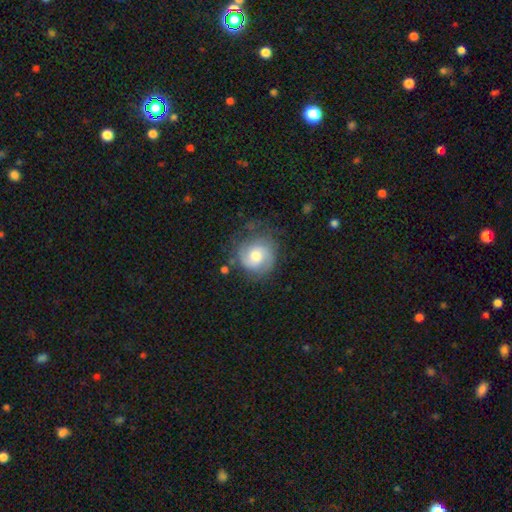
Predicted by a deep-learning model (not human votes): Overall: featured or disk (56%; smooth 37%). Edge-on disk: no (98%). Bar: no (60%; weak 34%). Spiral arms: yes (86%). Bulge size: moderate (65%). Merging: none (65%).